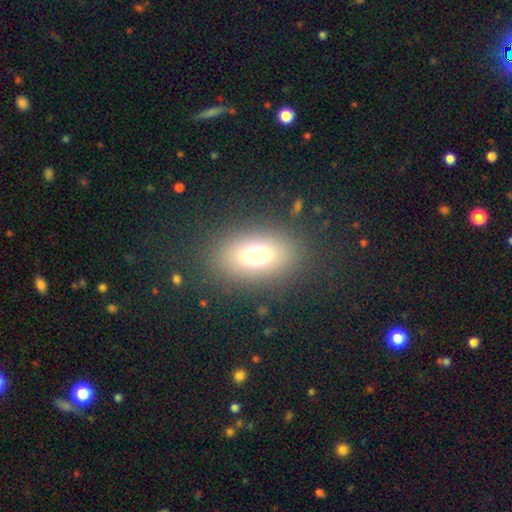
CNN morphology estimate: smooth 74%, star or artifact 13%, featured or disk 13%. Down the decision tree: how rounded — in between (85%); merging — none (86%).